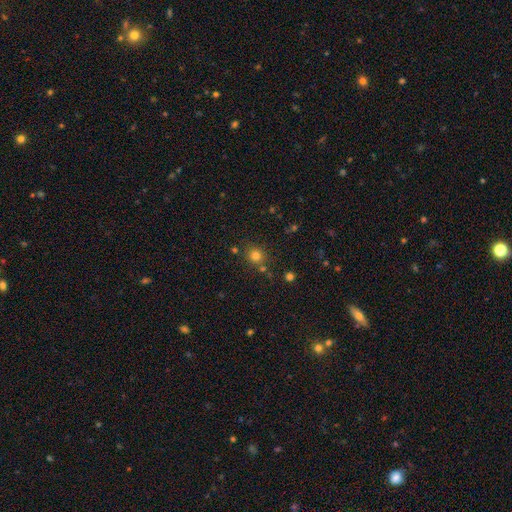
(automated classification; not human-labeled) Smooth or featured?
  - smooth: 77% *
  - star or artifact: 17%
  - featured or disk: 7%
How rounded?
  - round: 87% *
  - in between: 12%
  - cigar-shaped: 1%
Merging?
  - none: 77% *
  - minor disturbance: 10%
  - merger: 10%
  - major disturbance: 3%